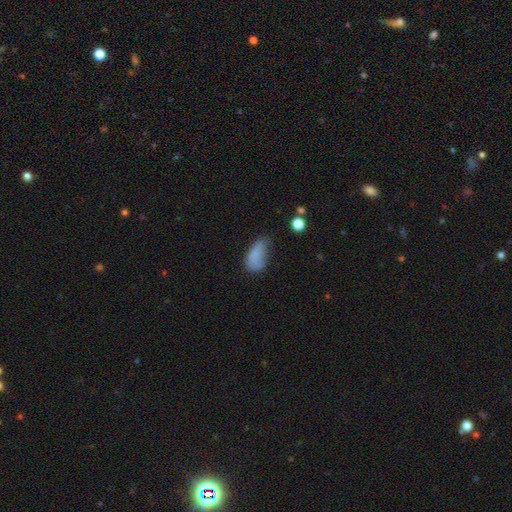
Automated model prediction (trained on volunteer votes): This is likely a smooth galaxy (79%). How rounded: clearly in between (90%). Merging: marginally minor disturbance (38%).